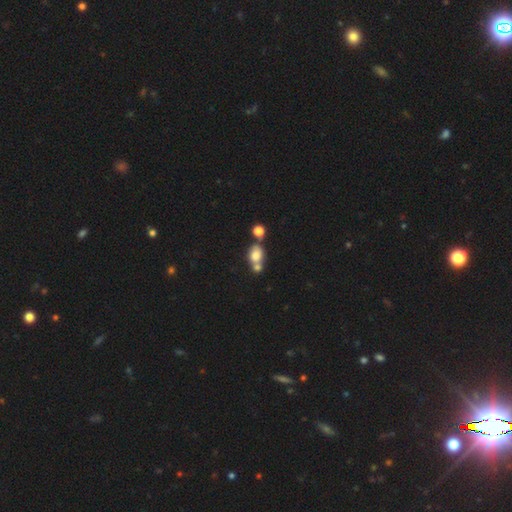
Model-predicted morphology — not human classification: A smooth galaxy with no disk features (75%) that is in between round and cigar-shaped (54%). Merging: merger (46%).